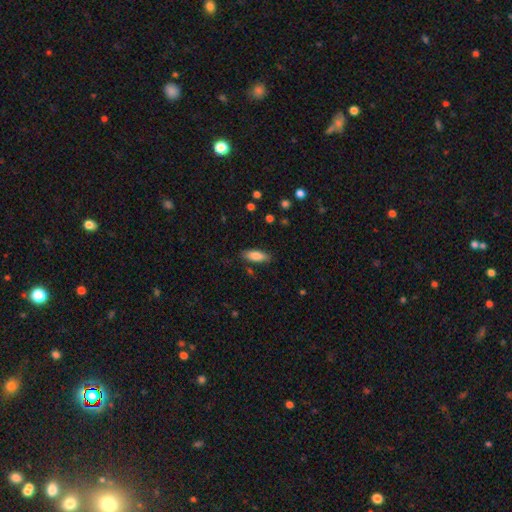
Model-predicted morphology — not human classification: Overall: smooth (83%). How rounded: in between (67%; cigar-shaped 31%). Merging: none (82%).